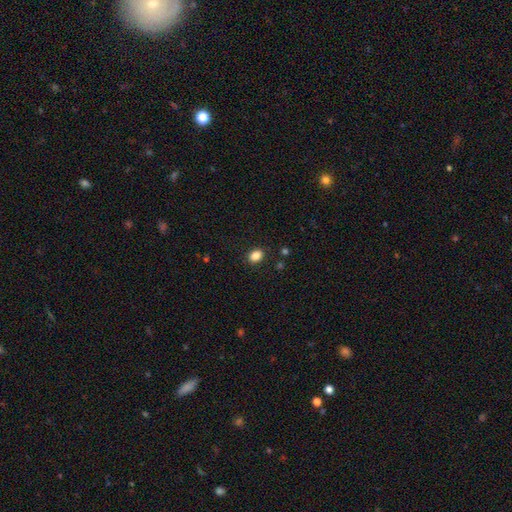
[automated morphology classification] A smooth galaxy with no disk features (86%) that is in between round and cigar-shaped (67%).

Vote fractions:
- Smooth or featured? smooth: 86% / star or artifact: 10% / featured or disk: 4%
- How rounded? in between: 67% / round: 32% / cigar-shaped: 1%
- Merging? none: 88% / minor disturbance: 8% / major disturbance: 2% / merger: 1%